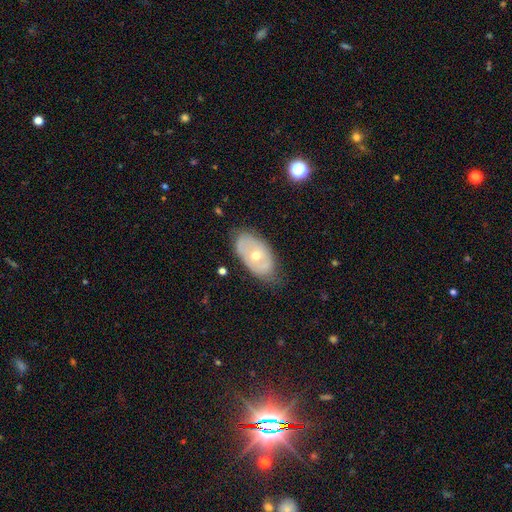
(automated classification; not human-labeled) Smooth or featured? Predicted: featured or disk (p=0.50). Edge-on disk? Predicted: no (p=0.88). Merging? Predicted: none (p=0.69).